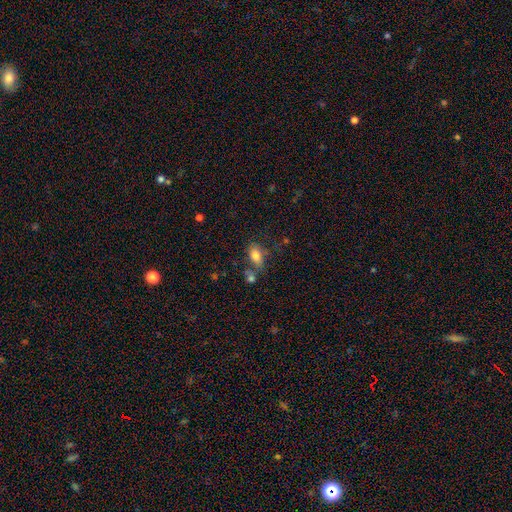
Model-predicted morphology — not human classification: A smooth galaxy with no disk features (80%) that is in between round and cigar-shaped (88%). Merging: none (57%).